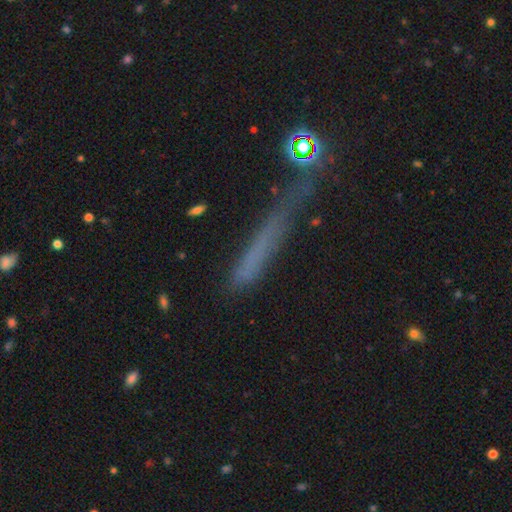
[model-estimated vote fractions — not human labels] A smooth galaxy with no disk features (56%) that is cigar-shaped (90%).

Vote fractions:
- Smooth or featured? smooth: 56% / featured or disk: 25% / star or artifact: 19%
- How rounded? cigar-shaped: 90% / in between: 7% / round: 3%
- Merging? none: 50% / minor disturbance: 26% / major disturbance: 18% / merger: 6%